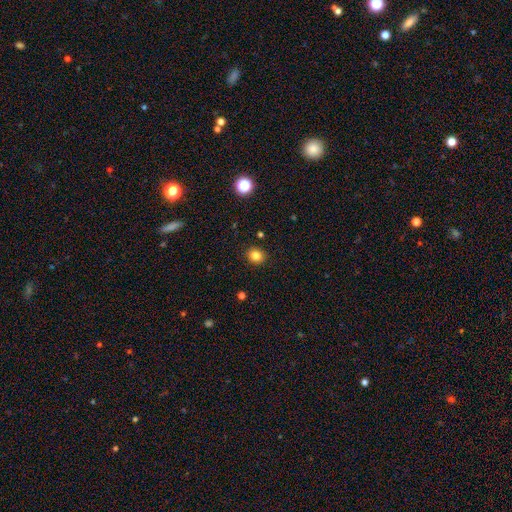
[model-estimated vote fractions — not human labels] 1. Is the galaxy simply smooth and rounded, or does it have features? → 82% smooth, 12% star or artifact, 5% featured or disk.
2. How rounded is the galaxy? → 75% round, 24% in between, 1% cigar-shaped.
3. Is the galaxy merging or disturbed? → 91% none, 6% minor disturbance, 2% major disturbance, 1% merger.